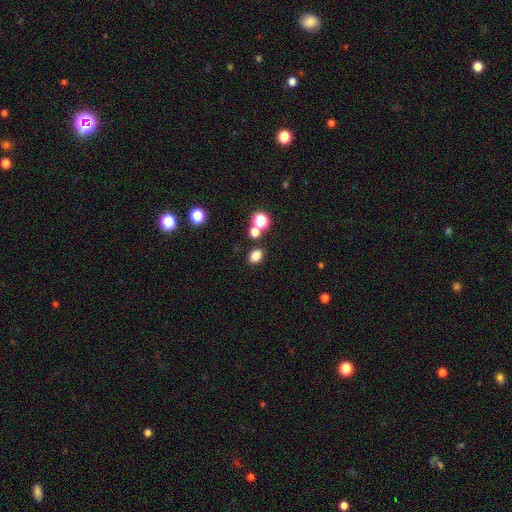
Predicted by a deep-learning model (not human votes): smooth-or-featured: smooth: 80% | star or artifact: 15% | featured or disk: 5%
  how-rounded: in between: 61% | round: 38% | cigar-shaped: 1%
  merging: none: 80% | minor disturbance: 9% | merger: 8% | major disturbance: 3%